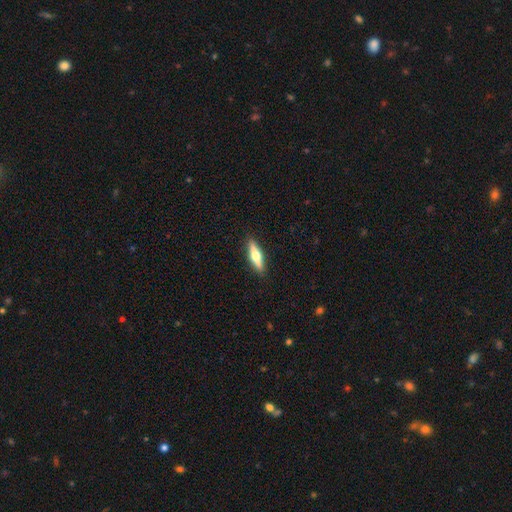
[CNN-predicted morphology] Smooth or featured? featured or disk (54%)
Edge-on disk? yes (94%)
Edge-on bulge? rounded (95%)
Merging? none (90%)